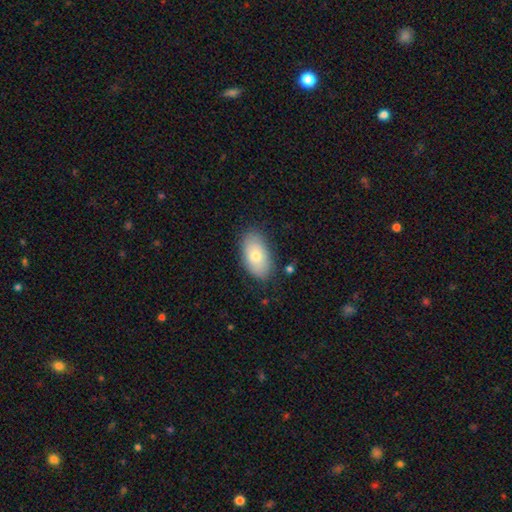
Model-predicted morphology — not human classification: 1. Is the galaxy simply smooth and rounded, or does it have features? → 74% smooth, 19% featured or disk, 7% star or artifact.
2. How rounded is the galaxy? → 93% in between, 5% round, 2% cigar-shaped.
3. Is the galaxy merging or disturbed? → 82% none, 13% minor disturbance, 3% major disturbance, 2% merger.